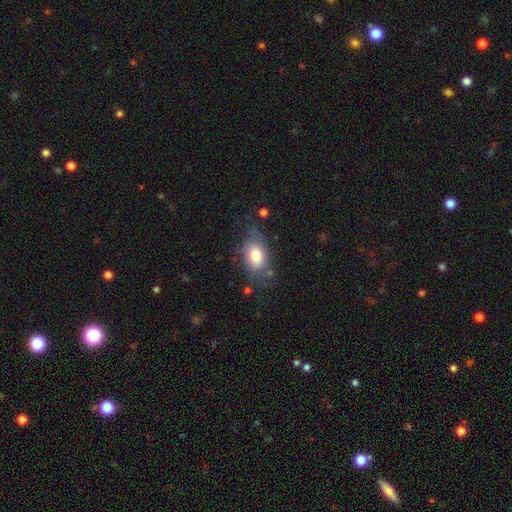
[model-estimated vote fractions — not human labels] Smooth or featured: smooth — 77% (featured or disk — 16%)
How rounded: in between — 85% (round — 13%)
Merging: none — 59% (minor disturbance — 26%)